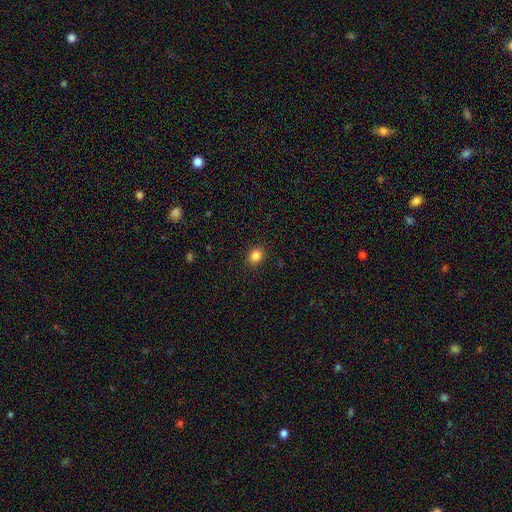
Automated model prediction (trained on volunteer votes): Overall: smooth (84%). How rounded: round (59%; in between 40%). Merging: none (90%).